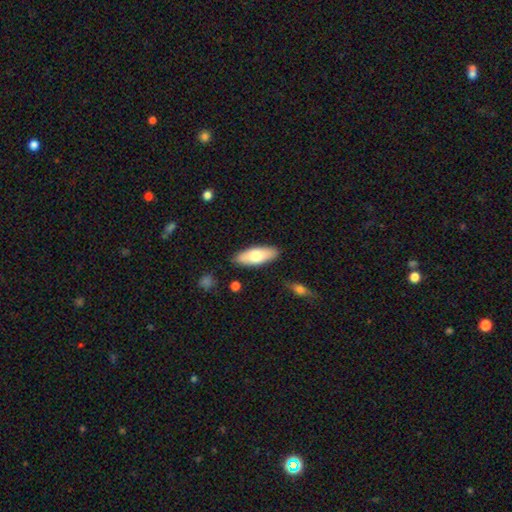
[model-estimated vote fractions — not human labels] Overall: smooth (72%). How rounded: in between (74%). Merging: none (87%).